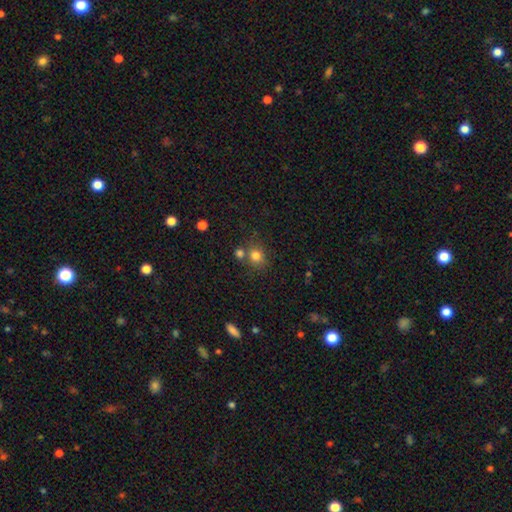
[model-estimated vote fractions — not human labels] A smooth galaxy with no disk features (79%) that is round (75%).

Vote fractions:
- Smooth or featured? smooth: 79% / star or artifact: 13% / featured or disk: 8%
- How rounded? round: 75% / in between: 25% / cigar-shaped: 1%
- Merging? none: 61% / merger: 23% / minor disturbance: 12% / major disturbance: 4%